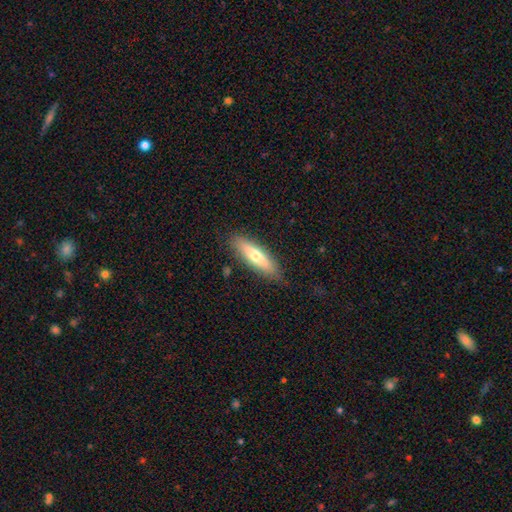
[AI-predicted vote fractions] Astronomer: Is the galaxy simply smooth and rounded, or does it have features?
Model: smooth — 58% (runner-up: featured or disk, 36%).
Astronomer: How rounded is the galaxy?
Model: cigar-shaped — 68%.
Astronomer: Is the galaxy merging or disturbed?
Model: none — 84%.